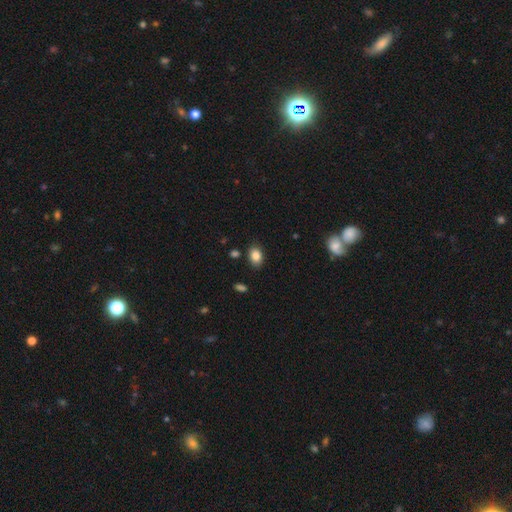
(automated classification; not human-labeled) A smooth galaxy with no disk features (85%) that is in between round and cigar-shaped (77%).

Vote fractions:
- Smooth or featured? smooth: 85% / star or artifact: 9% / featured or disk: 6%
- How rounded? in between: 77% / round: 22% / cigar-shaped: 1%
- Merging? none: 84% / minor disturbance: 11% / major disturbance: 3% / merger: 2%